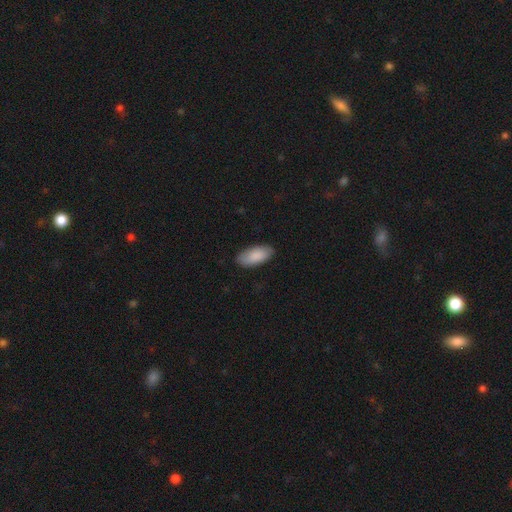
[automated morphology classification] Smooth or featured?
  - smooth: 88% *
  - featured or disk: 6%
  - star or artifact: 5%
How rounded?
  - in between: 91% *
  - cigar-shaped: 8%
  - round: 2%
Merging?
  - none: 85% *
  - minor disturbance: 12%
  - major disturbance: 2%
  - merger: 1%